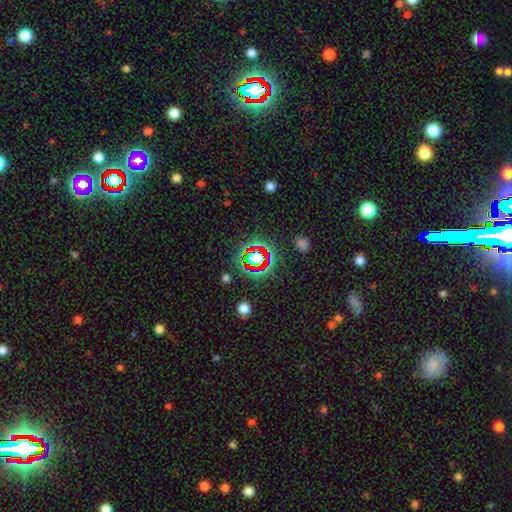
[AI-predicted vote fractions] Morphology: type=star or artifact (65%).